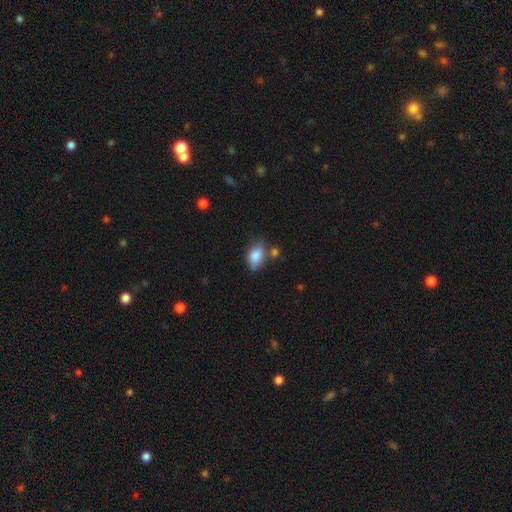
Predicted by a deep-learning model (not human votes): Smooth or featured: smooth — 77% (featured or disk — 15%)
How rounded: in between — 82% (round — 15%)
Merging: none — 51% (minor disturbance — 29%)